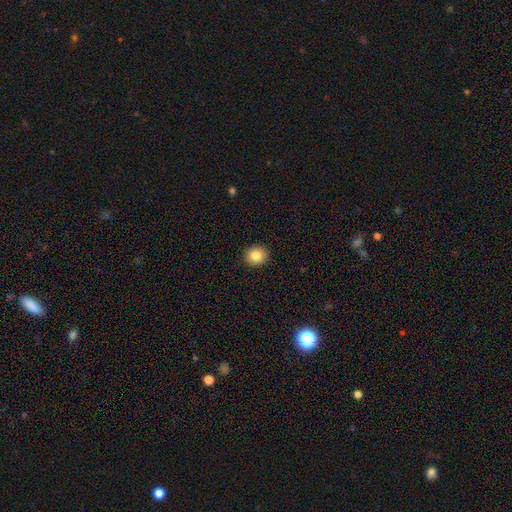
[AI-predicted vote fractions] smooth-or-featured: smooth: 83% | star or artifact: 10% | featured or disk: 7%
  how-rounded: round: 85% | in between: 14% | cigar-shaped: 1%
  merging: none: 92% | minor disturbance: 5% | major disturbance: 2% | merger: 1%